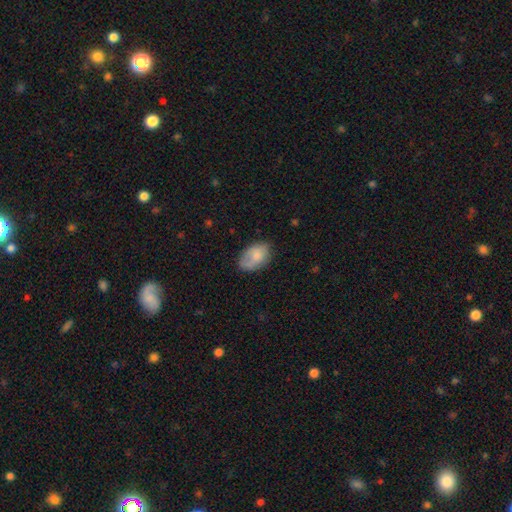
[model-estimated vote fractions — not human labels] The model was most divided on "merging": none: 61%, minor disturbance: 28%, major disturbance: 9%, merger: 3%. More confident: how rounded — in between (89%); smooth or featured — smooth (76%).